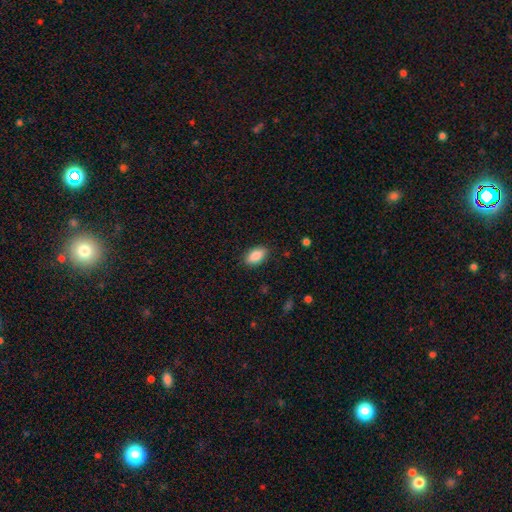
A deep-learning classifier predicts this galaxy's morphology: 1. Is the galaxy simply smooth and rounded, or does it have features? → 88% smooth, 7% star or artifact, 5% featured or disk.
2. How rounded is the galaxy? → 93% in between, 4% round, 3% cigar-shaped.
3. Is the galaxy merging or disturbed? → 87% none, 10% minor disturbance, 2% major disturbance, 1% merger.